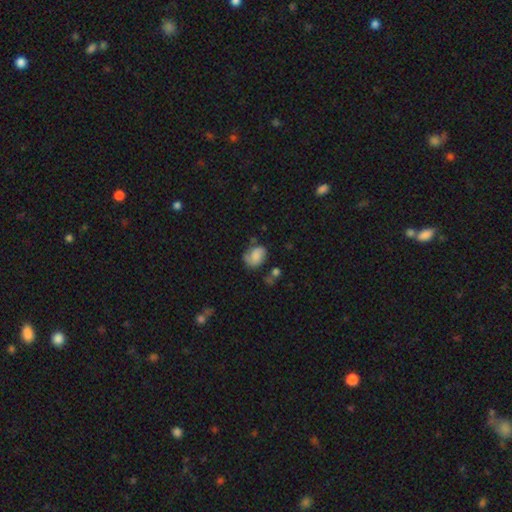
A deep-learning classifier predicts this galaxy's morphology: Q: Smooth or featured?
A: smooth (51%); runner-up: featured or disk (40%)
Q: How rounded?
A: in between (60%); runner-up: round (39%)
Q: Merging?
A: none (50%); runner-up: minor disturbance (28%)